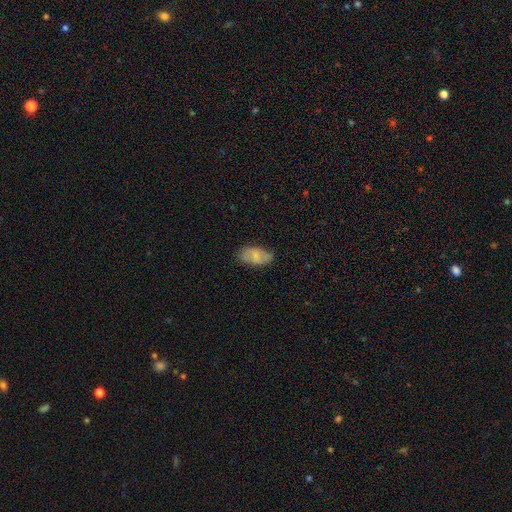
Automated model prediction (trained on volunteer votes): Smooth or featured? Predicted: smooth (p=0.70). How rounded? Predicted: in between (p=0.94). Merging? Predicted: none (p=0.74).